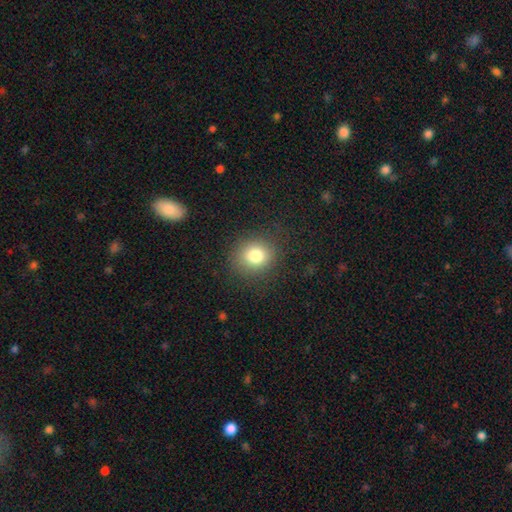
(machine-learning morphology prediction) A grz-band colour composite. It shows a smooth galaxy with no disk features (80%) that is round (81%). Merging: none (86%).